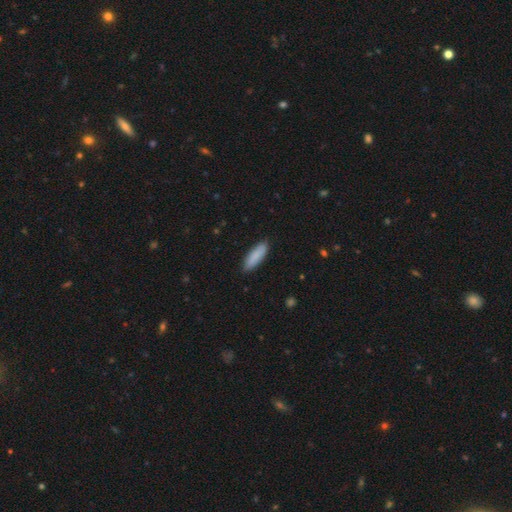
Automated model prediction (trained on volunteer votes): A smooth galaxy with no disk features (88%) that is in between round and cigar-shaped (50%).

Vote fractions:
- Smooth or featured? smooth: 88% / featured or disk: 7% / star or artifact: 6%
- How rounded? in between: 50% / cigar-shaped: 49% / round: 1%
- Merging? none: 87% / minor disturbance: 10% / major disturbance: 2% / merger: 1%